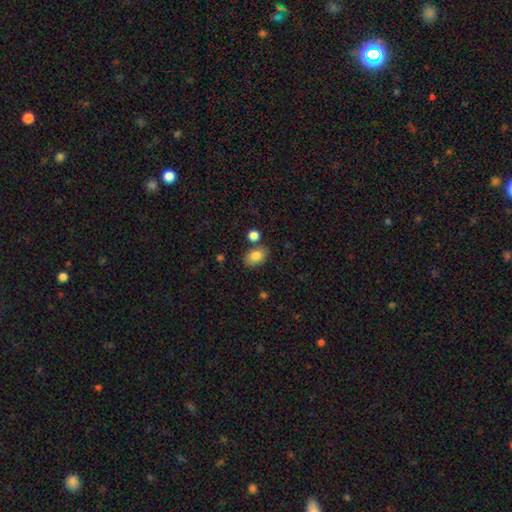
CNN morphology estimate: A smooth galaxy with no disk features (84%) that is in between round and cigar-shaped (81%). Merging: none (77%).